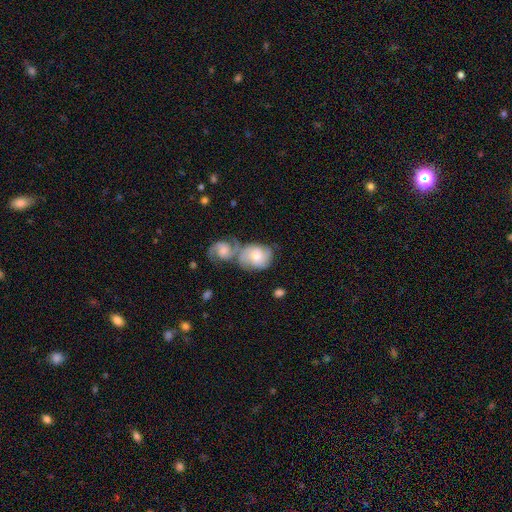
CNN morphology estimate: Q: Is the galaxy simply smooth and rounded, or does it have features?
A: featured or disk — 49%.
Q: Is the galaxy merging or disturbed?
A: merger — 58%.